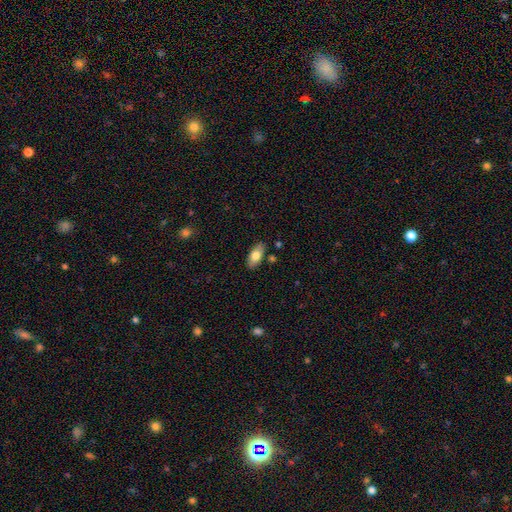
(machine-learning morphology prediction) This appears to be a smooth galaxy with no disk features (77%) that is in between round and cigar-shaped (90%). Merging: none (84%).